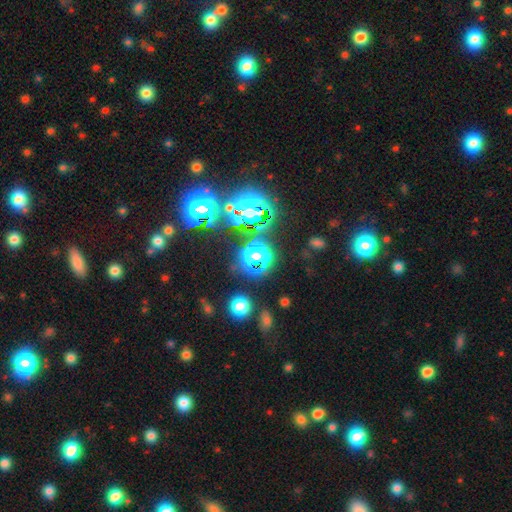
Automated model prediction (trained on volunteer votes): This is possibly a star or artifact rather than a galaxy (57%).